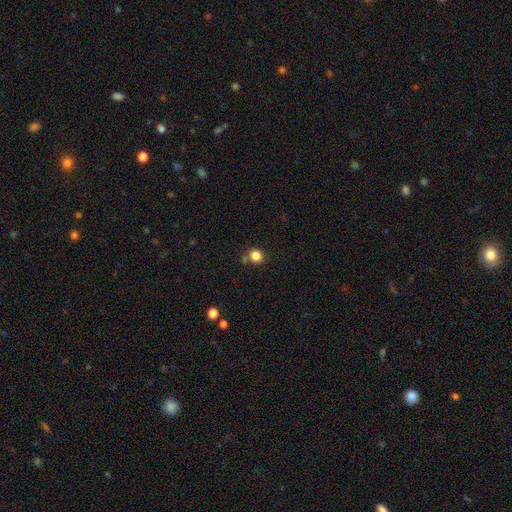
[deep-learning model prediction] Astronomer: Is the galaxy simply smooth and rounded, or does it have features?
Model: smooth — 83%.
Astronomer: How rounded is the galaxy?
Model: round — 86%.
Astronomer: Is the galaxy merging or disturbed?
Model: none — 73%.